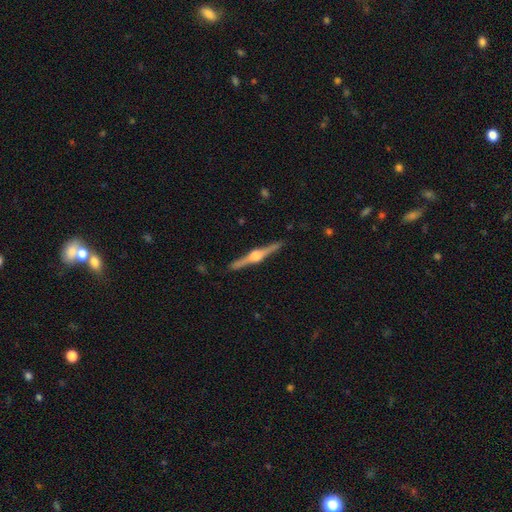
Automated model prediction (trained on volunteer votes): smooth_or_featured: featured or disk (p=0.86) [alt: smooth p=0.09]
disk_edge_on: yes (p=0.99) [alt: no p=0.01]
edge_on_bulge: rounded (p=0.93) [alt: boxy p=0.05]
merging: none (p=0.91) [alt: minor disturbance p=0.06]